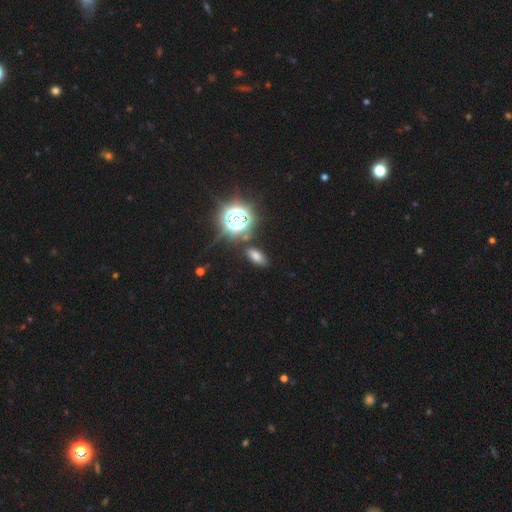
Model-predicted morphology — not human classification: smooth-or-featured: smooth: 60% | star or artifact: 30% | featured or disk: 10%
  how-rounded: in between: 81% | round: 10% | cigar-shaped: 9%
  merging: none: 82% | minor disturbance: 11% | merger: 4% | major disturbance: 4%